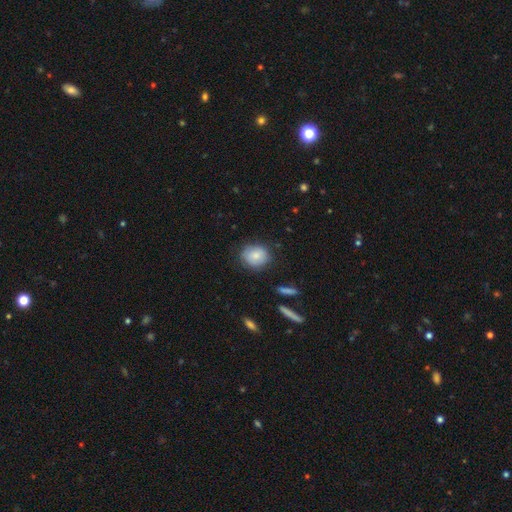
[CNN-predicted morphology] Smooth or featured?
  - smooth: 79% *
  - featured or disk: 13%
  - star or artifact: 8%
How rounded?
  - round: 67% *
  - in between: 32%
  - cigar-shaped: 1%
Merging?
  - none: 78% *
  - minor disturbance: 16%
  - major disturbance: 4%
  - merger: 2%